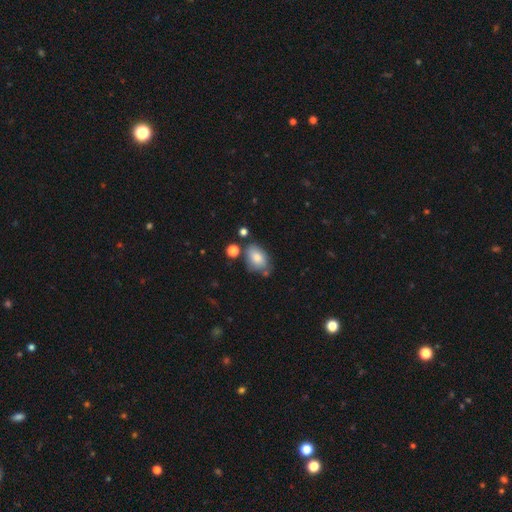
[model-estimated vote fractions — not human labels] Overall: smooth (79%). How rounded: in between (84%). Merging: none (57%; minor disturbance 25%).